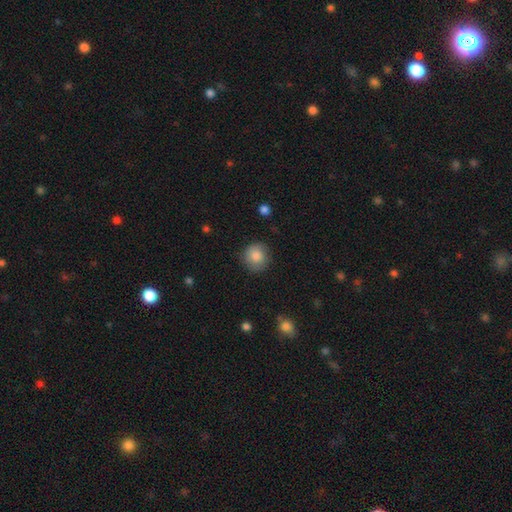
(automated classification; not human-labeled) Smooth or featured: smooth — 84% (featured or disk — 8%)
How rounded: round — 89% (in between — 10%)
Merging: none — 83% (minor disturbance — 12%)